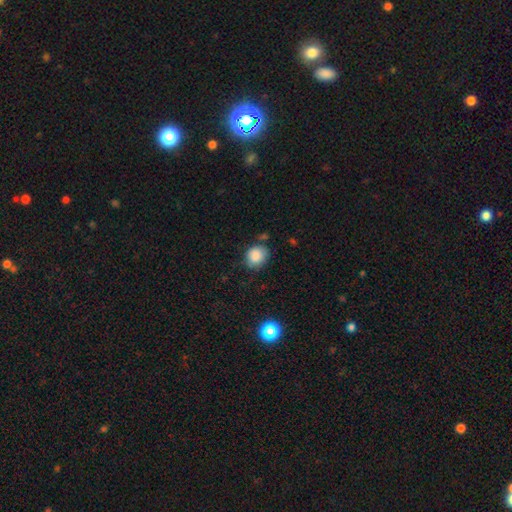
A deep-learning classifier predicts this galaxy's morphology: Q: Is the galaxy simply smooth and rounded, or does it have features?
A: smooth — 86%.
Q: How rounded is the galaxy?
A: round — 74%.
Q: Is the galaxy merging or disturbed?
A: none — 69%.